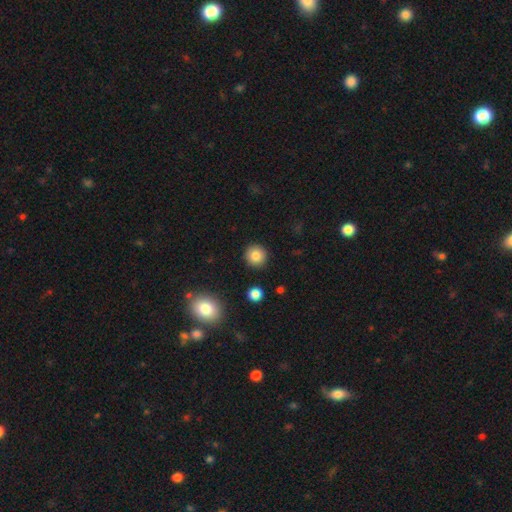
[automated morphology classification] This appears to be a smooth galaxy with no disk features (84%) that is round (93%). Merging: none (91%).